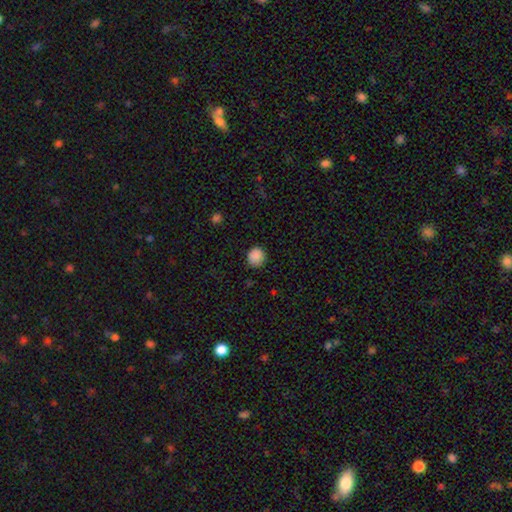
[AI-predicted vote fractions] This appears to be a smooth galaxy with no disk features (88%) that is round (91%). Merging: none (85%).